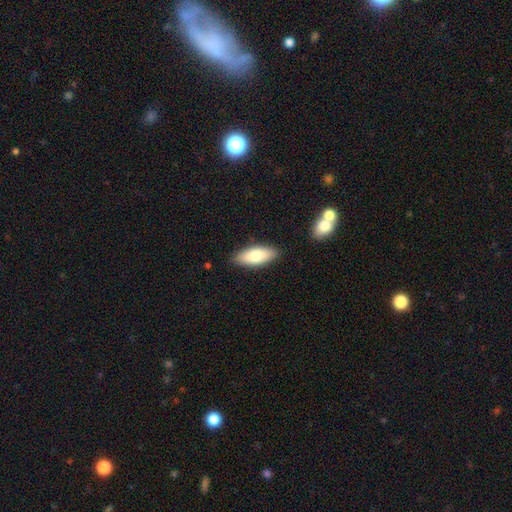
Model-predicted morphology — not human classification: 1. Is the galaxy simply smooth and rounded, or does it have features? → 78% smooth, 17% featured or disk, 6% star or artifact.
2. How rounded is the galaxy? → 79% in between, 19% cigar-shaped, 2% round.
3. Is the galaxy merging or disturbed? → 88% none, 9% minor disturbance, 2% major disturbance, 2% merger.